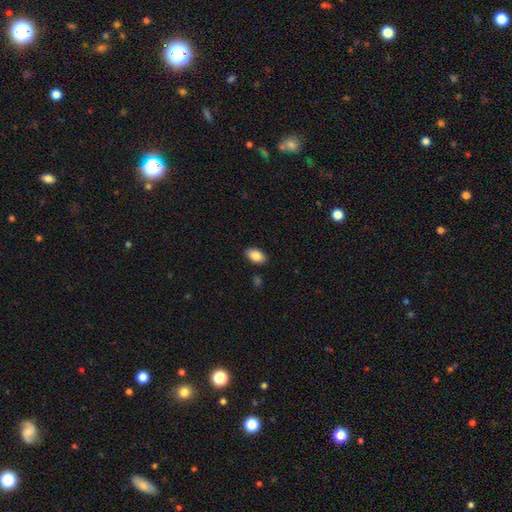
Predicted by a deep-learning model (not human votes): smooth-or-featured: smooth: 87% | star or artifact: 7% | featured or disk: 6%
  how-rounded: in between: 92% | round: 7% | cigar-shaped: 1%
  merging: none: 87% | minor disturbance: 9% | major disturbance: 2% | merger: 2%